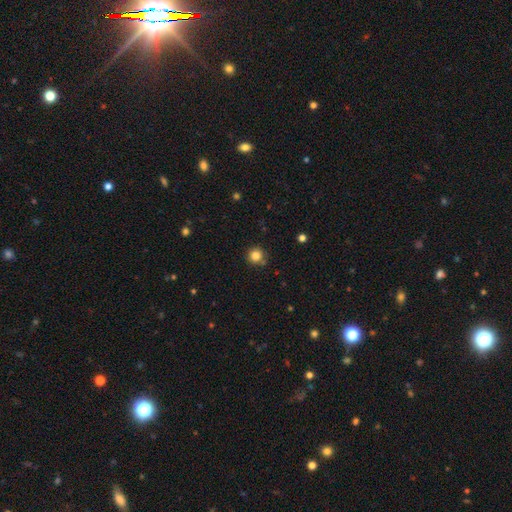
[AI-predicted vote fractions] This appears to be a smooth galaxy with no disk features (84%) that is round (94%). Merging: none (81%).